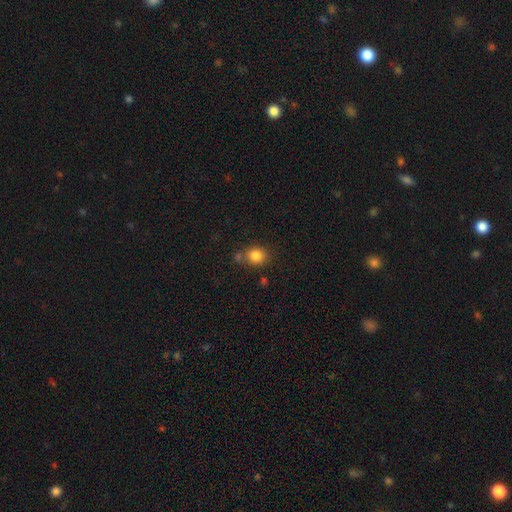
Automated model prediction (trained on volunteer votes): Morphology: type=smooth (84%); roundness=round (71%); merging=none (65%).